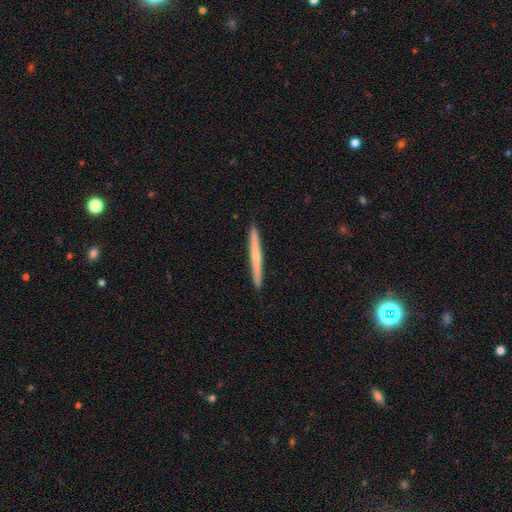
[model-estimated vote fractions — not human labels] The model was most divided on "edge-on bulge": rounded: 55%, none: 41%, boxy: 3%. More confident: edge-on disk — yes (97%); merging — none (92%); smooth or featured — featured or disk (55%).